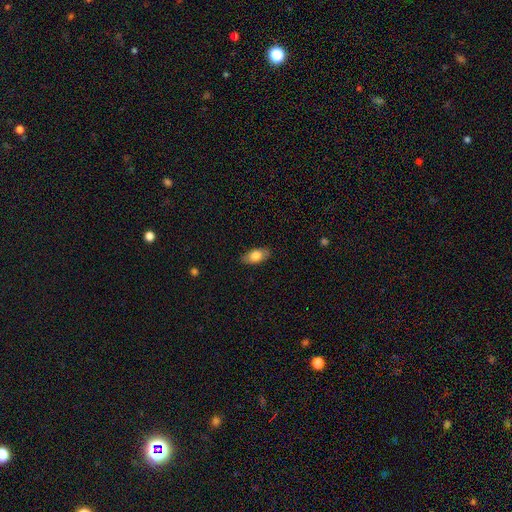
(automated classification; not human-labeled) Overall: smooth (77%). How rounded: in between (90%). Merging: none (86%).